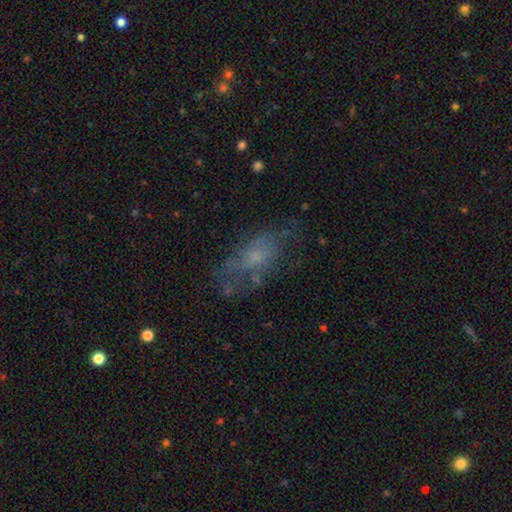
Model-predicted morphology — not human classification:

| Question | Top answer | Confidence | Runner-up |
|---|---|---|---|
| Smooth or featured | smooth | 46% | featured or disk (41%) |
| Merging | none | 49% | minor disturbance (24%) |